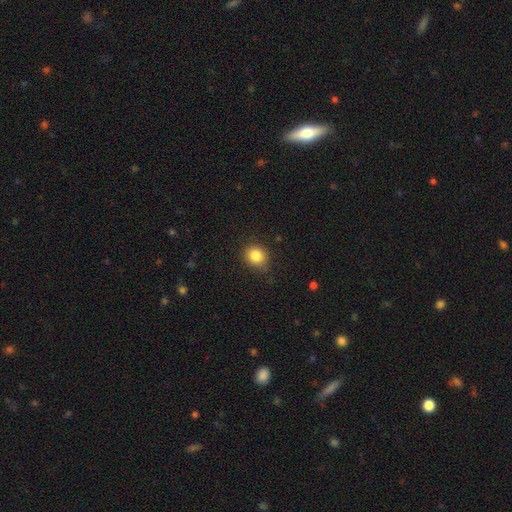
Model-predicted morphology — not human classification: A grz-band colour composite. It shows a smooth galaxy with no disk features (85%) that is round (69%). Merging: none (79%).